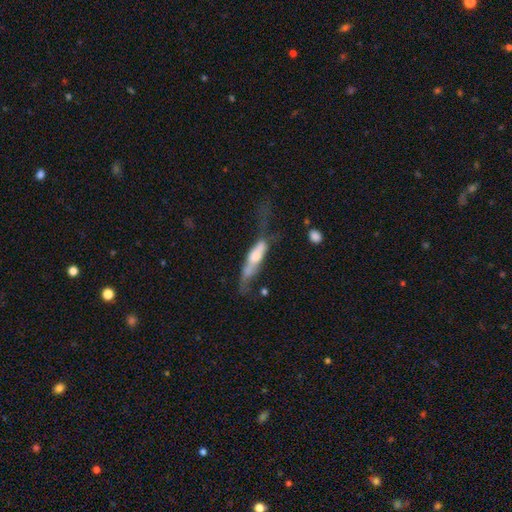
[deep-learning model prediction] This is possibly a smooth galaxy (49%). Merging: possibly major disturbance (45%).